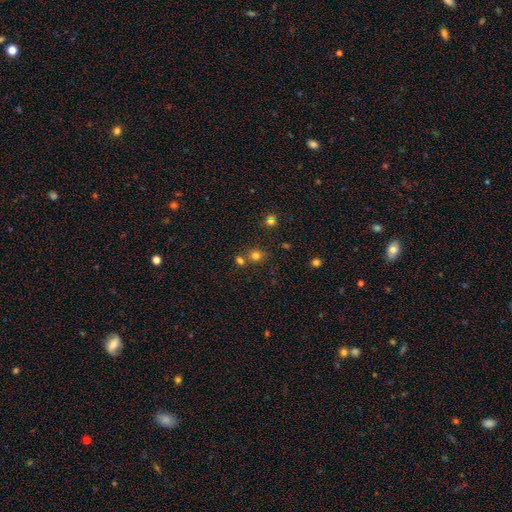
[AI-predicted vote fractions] Smooth or featured: smooth — 75% (star or artifact — 18%)
How rounded: round — 75% (in between — 24%)
Merging: none — 60% (merger — 27%)